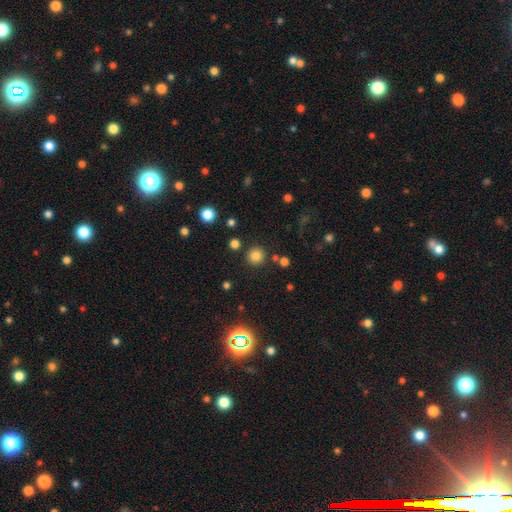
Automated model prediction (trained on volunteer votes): Smooth or featured?
  - smooth: 81% *
  - star or artifact: 14%
  - featured or disk: 5%
How rounded?
  - round: 94% *
  - in between: 5%
  - cigar-shaped: 1%
Merging?
  - none: 87% *
  - minor disturbance: 6%
  - merger: 4%
  - major disturbance: 3%